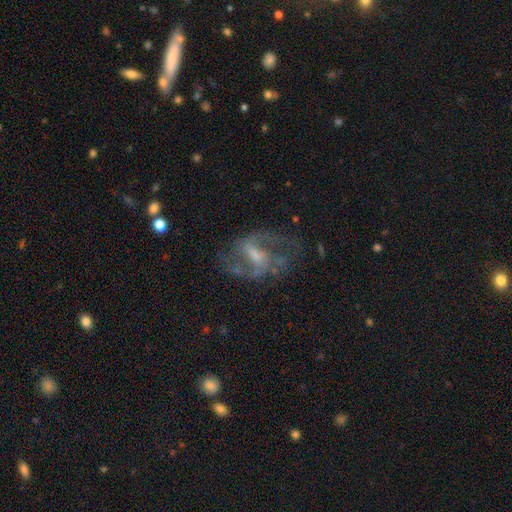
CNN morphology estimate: Smooth or featured? featured or disk (76%)
Edge-on disk? no (95%)
Bar? weak (51%)
Spiral arms? yes (87%)
Spiral winding? medium (44%)
Spiral arm count? 2 (70%)
Bulge size? small (41%)
Merging? none (66%)